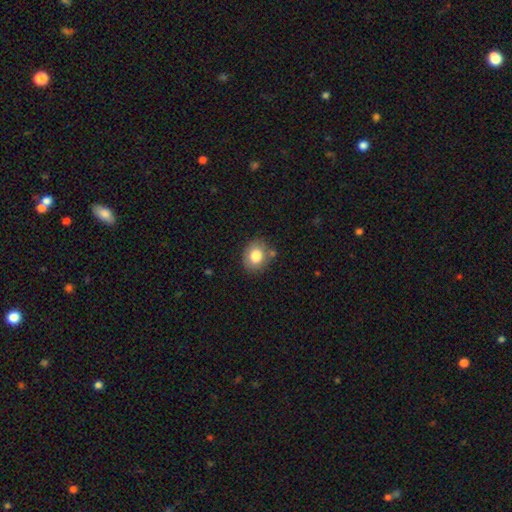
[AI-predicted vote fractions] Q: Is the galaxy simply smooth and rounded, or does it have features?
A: smooth — 81%.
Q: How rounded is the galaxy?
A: round — 59%.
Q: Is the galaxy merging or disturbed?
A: none — 77%.